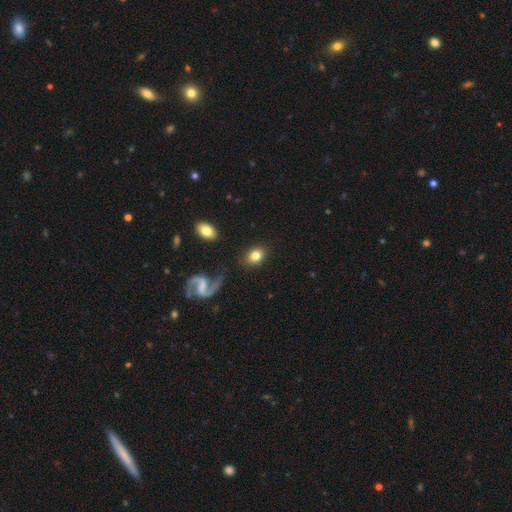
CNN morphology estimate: The model was most divided on "how rounded": in between: 56%, round: 42%, cigar-shaped: 2%. More confident: merging — none (83%); smooth or featured — smooth (76%).